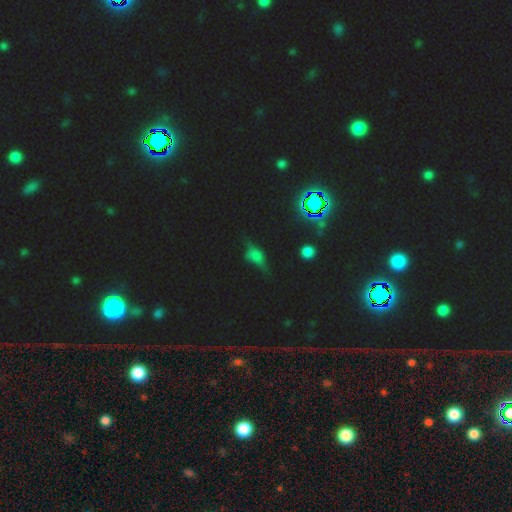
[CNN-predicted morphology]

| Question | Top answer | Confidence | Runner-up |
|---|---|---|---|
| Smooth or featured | featured or disk | 34% | smooth (33%) |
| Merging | none | 55% | minor disturbance (25%) |